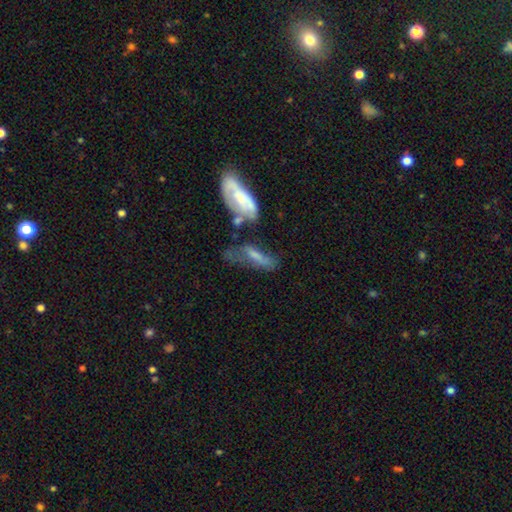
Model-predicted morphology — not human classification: Smooth or featured?
  - smooth: 45% *
  - featured or disk: 44%
  - star or artifact: 11%
Merging?
  - none: 32% *
  - merger: 25%
  - minor disturbance: 22%
  - major disturbance: 21%